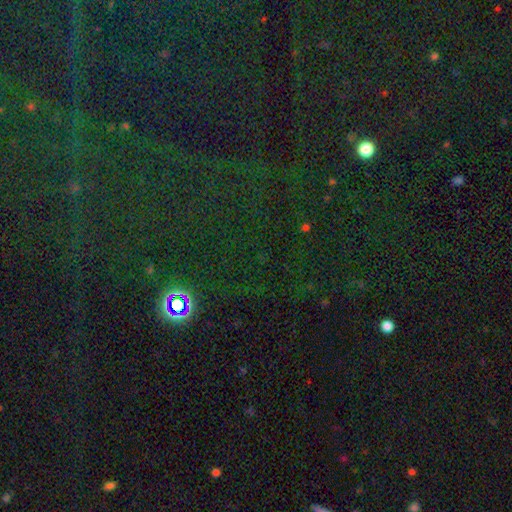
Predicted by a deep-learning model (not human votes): Smooth or featured? Predicted: star or artifact (p=0.76).